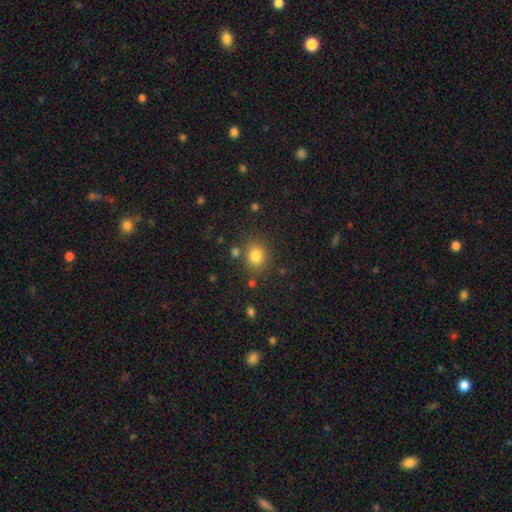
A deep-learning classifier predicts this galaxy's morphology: Q: Smooth or featured?
A: smooth (81%); runner-up: star or artifact (12%)
Q: How rounded?
A: round (64%); runner-up: in between (35%)
Q: Merging?
A: none (79%); runner-up: minor disturbance (11%)